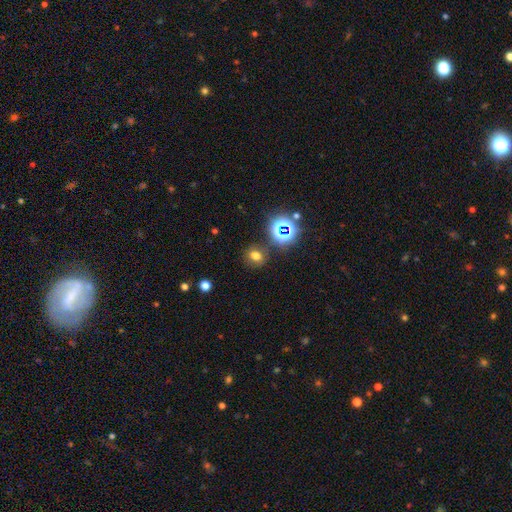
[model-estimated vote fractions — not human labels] Smooth or featured: smooth — 63% (star or artifact — 28%)
How rounded: round — 65% (in between — 34%)
Merging: none — 81% (minor disturbance — 10%)